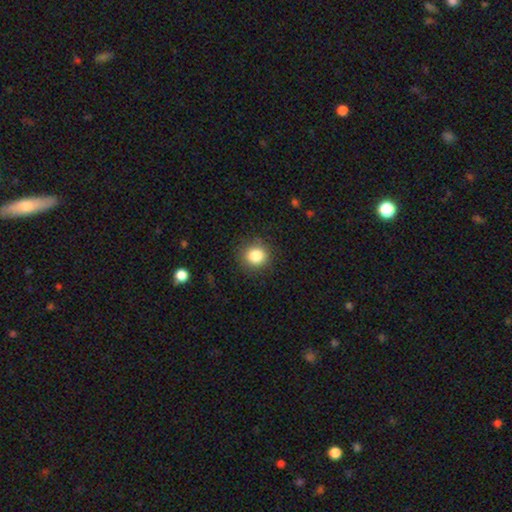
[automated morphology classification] smooth-or-featured: smooth: 84% | star or artifact: 11% | featured or disk: 5%
  how-rounded: round: 90% | in between: 9% | cigar-shaped: 1%
  merging: none: 88% | minor disturbance: 8% | major disturbance: 3% | merger: 1%